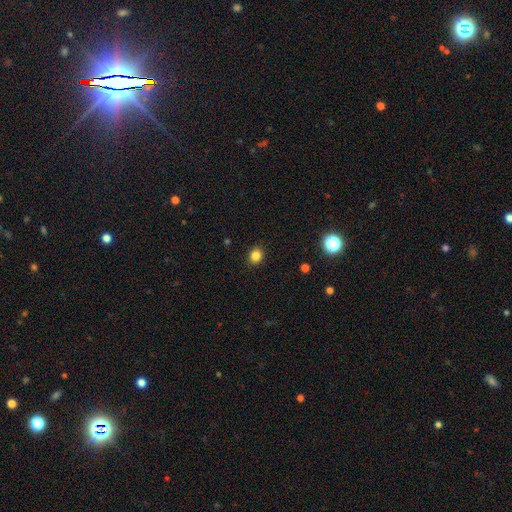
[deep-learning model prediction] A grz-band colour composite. It shows a smooth galaxy with no disk features (83%) that is round (68%). Merging: none (90%).